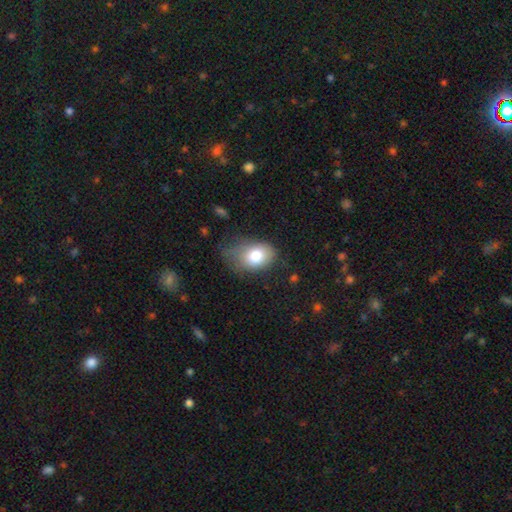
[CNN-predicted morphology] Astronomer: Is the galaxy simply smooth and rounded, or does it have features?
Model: smooth — 78%.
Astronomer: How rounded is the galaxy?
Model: in between — 77%.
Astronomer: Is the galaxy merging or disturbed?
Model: none — 44% (runner-up: minor disturbance, 35%).